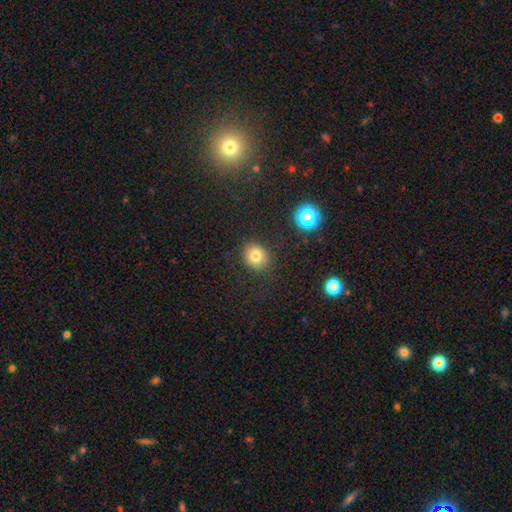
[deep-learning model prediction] A smooth galaxy with no disk features (78%) that is round (77%).

Vote fractions:
- Smooth or featured? smooth: 78% / star or artifact: 13% / featured or disk: 8%
- How rounded? round: 77% / in between: 22% / cigar-shaped: 1%
- Merging? none: 86% / minor disturbance: 9% / major disturbance: 3% / merger: 2%